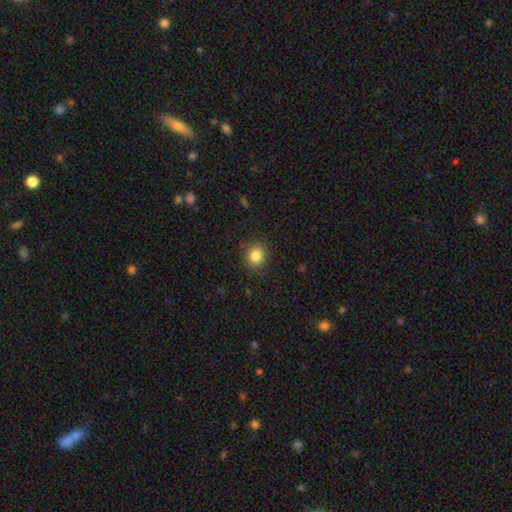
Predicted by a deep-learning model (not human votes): This is clearly a smooth galaxy (84%). How rounded: clearly round (83%). Merging: clearly none (88%).